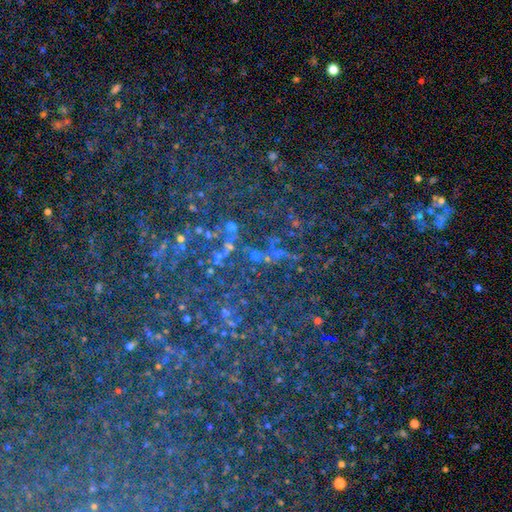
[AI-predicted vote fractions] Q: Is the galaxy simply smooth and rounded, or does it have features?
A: star or artifact — 78%.